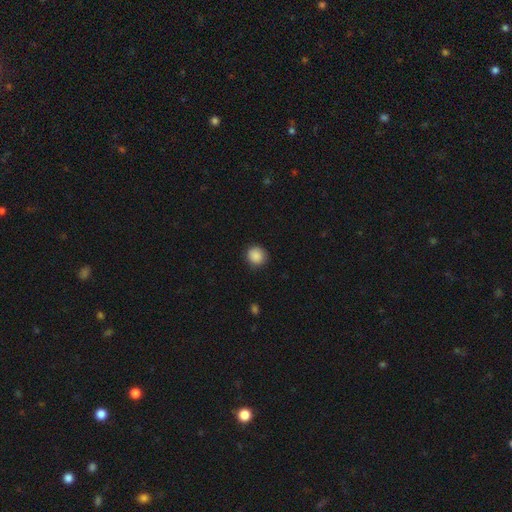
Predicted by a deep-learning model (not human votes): Morphology: type=smooth (89%); roundness=round (90%); merging=none (87%).